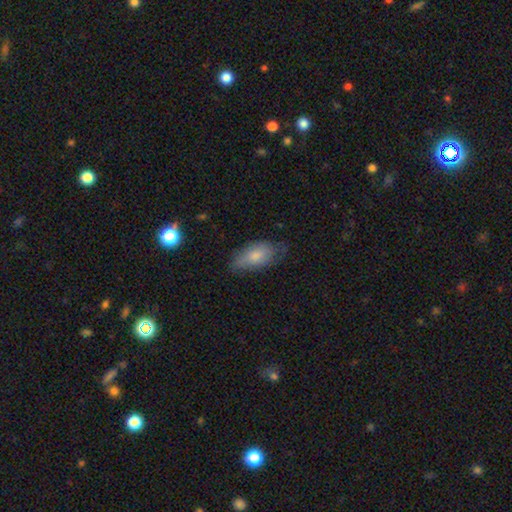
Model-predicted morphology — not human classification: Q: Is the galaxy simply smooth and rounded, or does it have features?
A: smooth — 74%.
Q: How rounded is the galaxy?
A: in between — 91%.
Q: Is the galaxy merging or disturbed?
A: none — 61%.